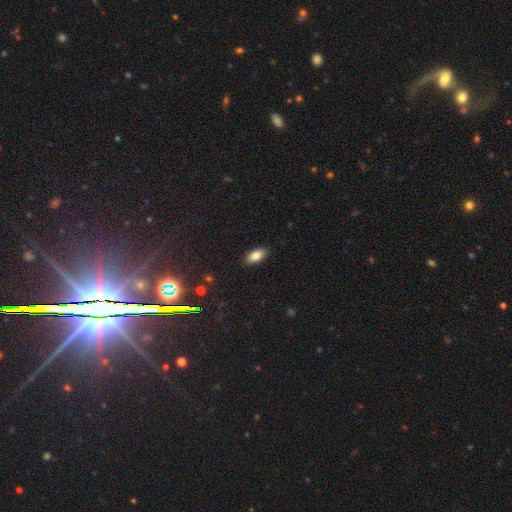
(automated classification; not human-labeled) Q: Smooth or featured?
A: smooth (83%); runner-up: star or artifact (8%)
Q: How rounded?
A: in between (90%); runner-up: cigar-shaped (7%)
Q: Merging?
A: none (88%); runner-up: minor disturbance (9%)